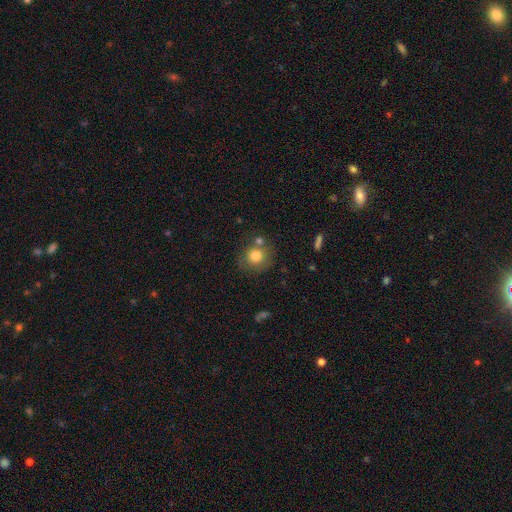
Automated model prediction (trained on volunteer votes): smooth_or_featured: smooth (p=0.78) [alt: featured or disk p=0.12]
how_rounded: round (p=0.88) [alt: in between p=0.11]
merging: none (p=0.67) [alt: merger p=0.14]